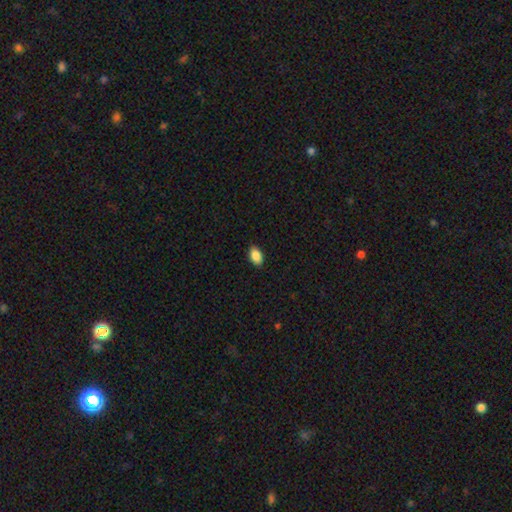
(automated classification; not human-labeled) smooth_or_featured: smooth (p=0.89) [alt: star or artifact p=0.08]
how_rounded: in between (p=0.91) [alt: round p=0.07]
merging: none (p=0.89) [alt: minor disturbance p=0.09]